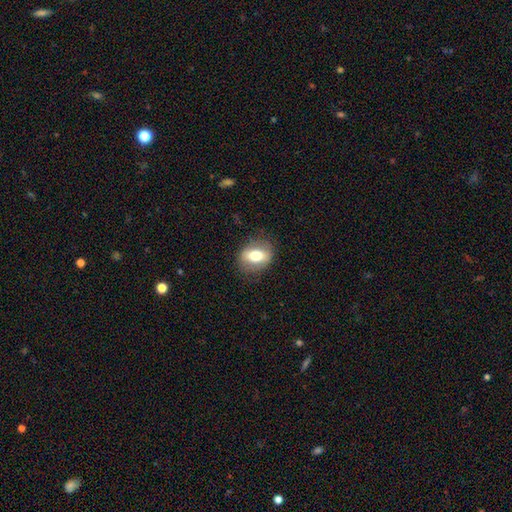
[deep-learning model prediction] smooth_or_featured: smooth (p=0.65) [alt: featured or disk p=0.27]
how_rounded: in between (p=0.66) [alt: round p=0.32]
merging: none (p=0.81) [alt: minor disturbance p=0.14]